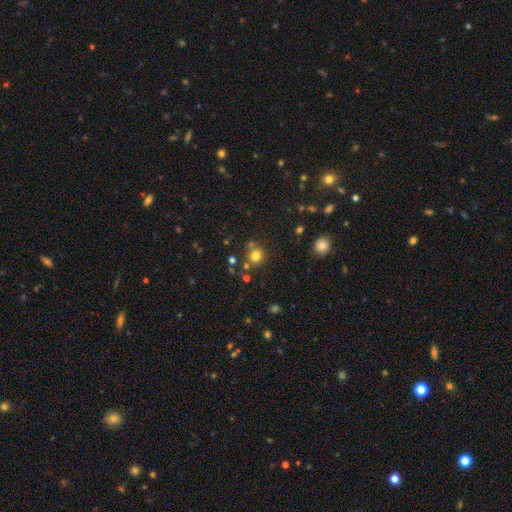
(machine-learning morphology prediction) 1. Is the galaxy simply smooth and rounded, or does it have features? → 76% smooth, 16% star or artifact, 8% featured or disk.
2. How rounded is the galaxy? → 89% round, 10% in between, 1% cigar-shaped.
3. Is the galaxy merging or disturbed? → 73% none, 14% merger, 10% minor disturbance, 3% major disturbance.